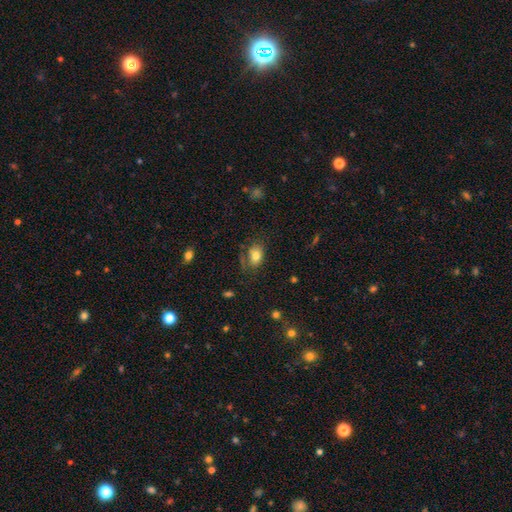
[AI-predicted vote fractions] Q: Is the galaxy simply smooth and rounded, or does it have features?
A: smooth — 76%.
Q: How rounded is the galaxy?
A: in between — 85%.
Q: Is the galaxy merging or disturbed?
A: none — 61%.